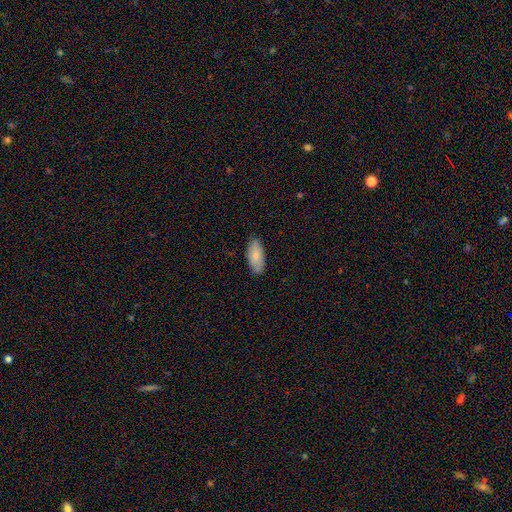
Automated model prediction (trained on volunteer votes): smooth 84%, featured or disk 11%, star or artifact 6%. Down the decision tree: how rounded — in between (87%); merging — none (82%).